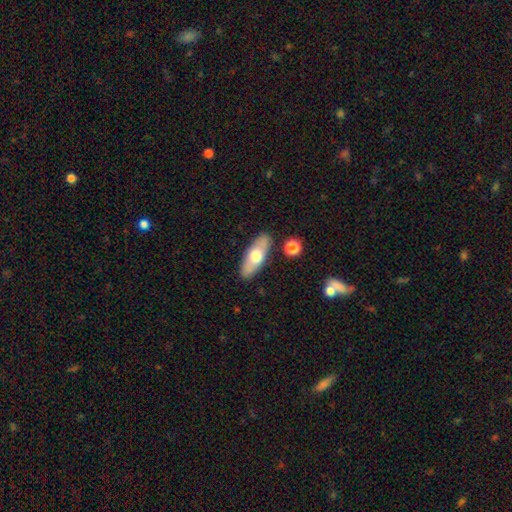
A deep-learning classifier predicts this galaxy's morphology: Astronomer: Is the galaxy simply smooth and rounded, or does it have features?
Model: smooth — 59% (runner-up: featured or disk, 35%).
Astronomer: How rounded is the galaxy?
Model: in between — 71%.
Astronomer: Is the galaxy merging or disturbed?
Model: none — 86%.